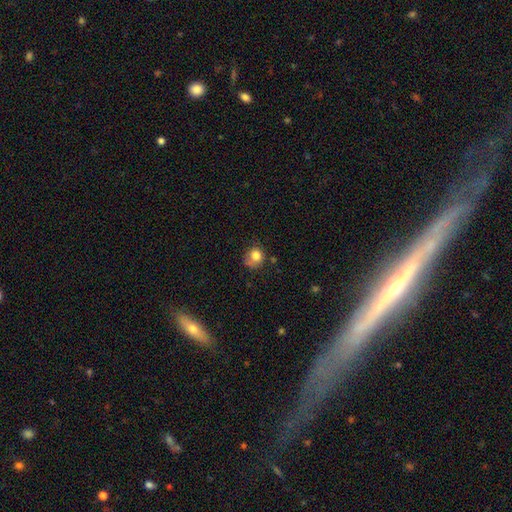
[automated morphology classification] This is likely a smooth galaxy (80%). How rounded: likely round (78%). Merging: possibly none (54%).